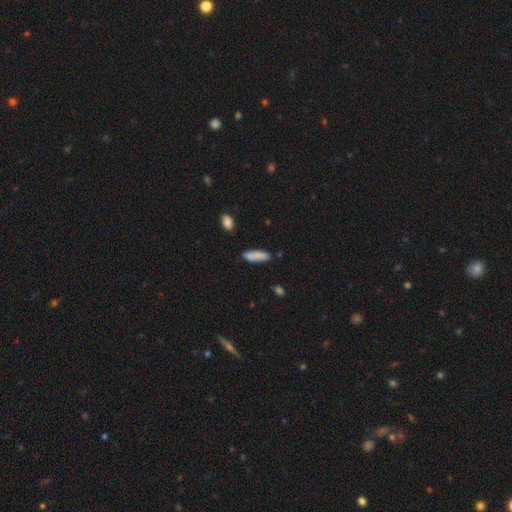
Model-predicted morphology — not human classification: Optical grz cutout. It shows a smooth galaxy with no disk features (81%) that is cigar-shaped (56%). Merging: none (72%).